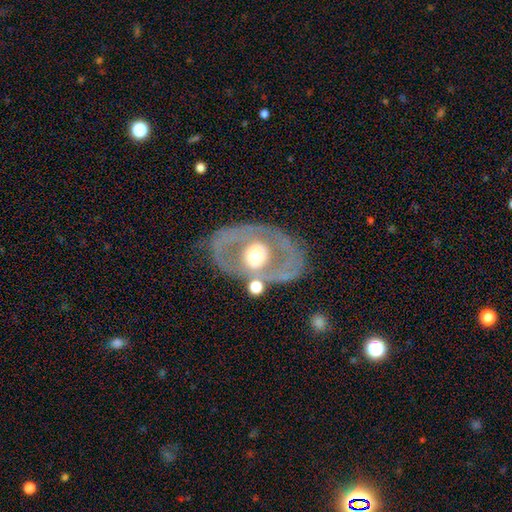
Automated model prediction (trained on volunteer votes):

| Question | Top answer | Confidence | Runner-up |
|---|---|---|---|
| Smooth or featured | featured or disk | 68% | smooth (25%) |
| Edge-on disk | no | 93% | yes (7%) |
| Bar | no | 75% | weak (16%) |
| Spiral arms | no | 75% | yes (25%) |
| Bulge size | moderate | 66% | large (20%) |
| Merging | none | 65% | minor disturbance (15%) |